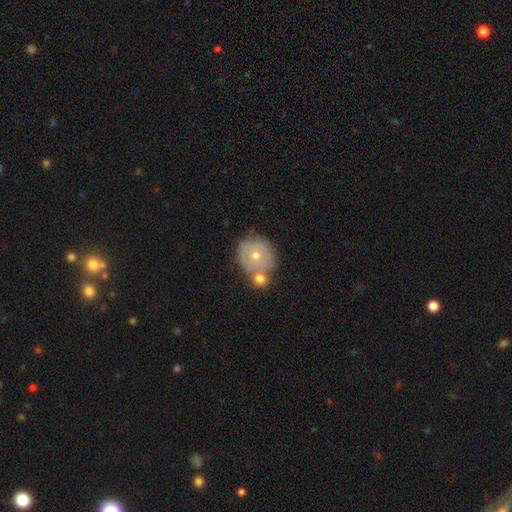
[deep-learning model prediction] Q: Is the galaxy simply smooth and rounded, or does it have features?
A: smooth — 47%.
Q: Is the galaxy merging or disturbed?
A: none — 52%.